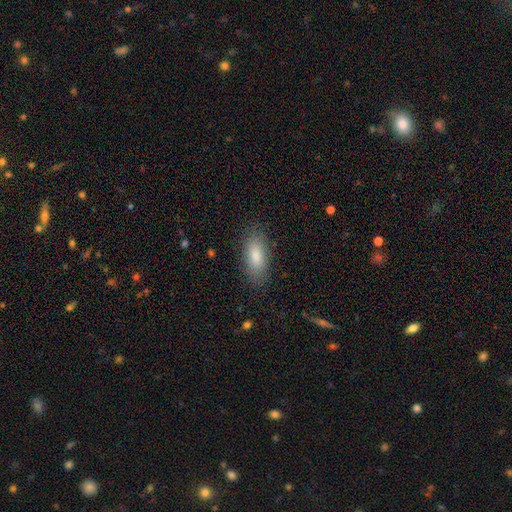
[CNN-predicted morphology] smooth_or_featured: smooth (p=0.84) [alt: featured or disk p=0.09]
how_rounded: in between (p=0.85) [alt: cigar-shaped p=0.12]
merging: none (p=0.83) [alt: minor disturbance p=0.12]